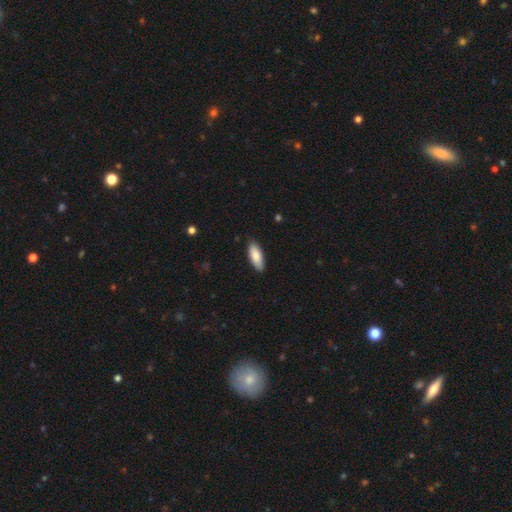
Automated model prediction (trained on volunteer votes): smooth_or_featured: smooth (p=0.85) [alt: featured or disk p=0.10]
how_rounded: in between (p=0.74) [alt: cigar-shaped p=0.24]
merging: none (p=0.88) [alt: minor disturbance p=0.09]